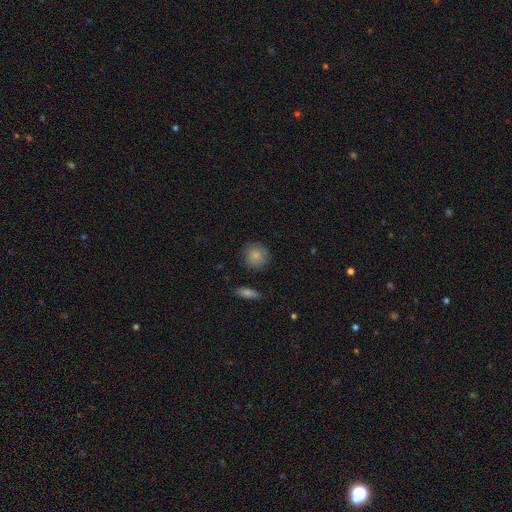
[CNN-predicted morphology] Q: Smooth or featured?
A: smooth (83%); runner-up: featured or disk (9%)
Q: How rounded?
A: round (90%); runner-up: in between (9%)
Q: Merging?
A: none (85%); runner-up: minor disturbance (11%)